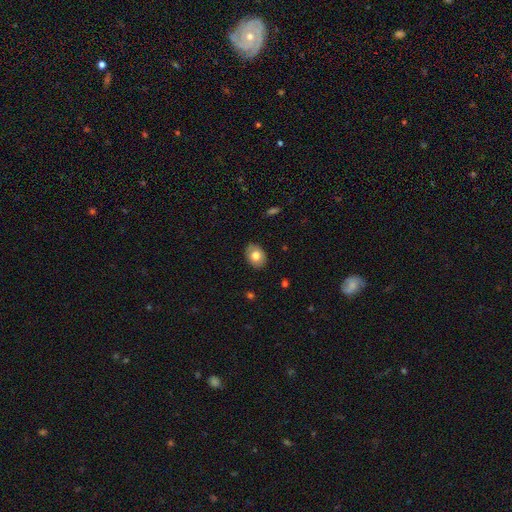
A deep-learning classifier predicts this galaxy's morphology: Smooth or featured?
  - smooth: 75% *
  - featured or disk: 18%
  - star or artifact: 7%
How rounded?
  - in between: 71% *
  - round: 28%
  - cigar-shaped: 1%
Merging?
  - none: 87% *
  - minor disturbance: 10%
  - major disturbance: 2%
  - merger: 1%